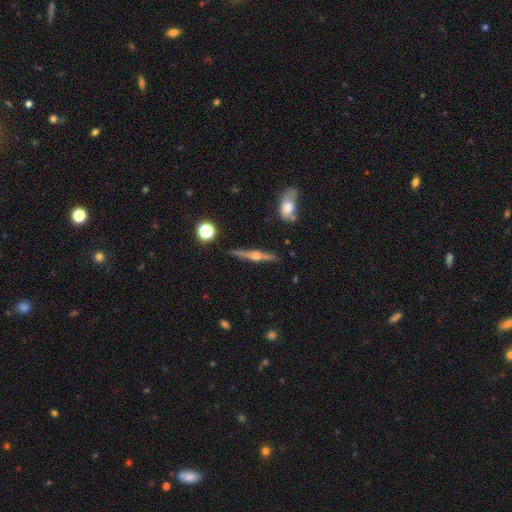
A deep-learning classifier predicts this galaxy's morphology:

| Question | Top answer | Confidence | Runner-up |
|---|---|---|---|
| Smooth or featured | featured or disk | 78% | smooth (15%) |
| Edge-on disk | yes | 97% | no (3%) |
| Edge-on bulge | rounded | 94% | boxy (3%) |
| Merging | none | 86% | minor disturbance (9%) |